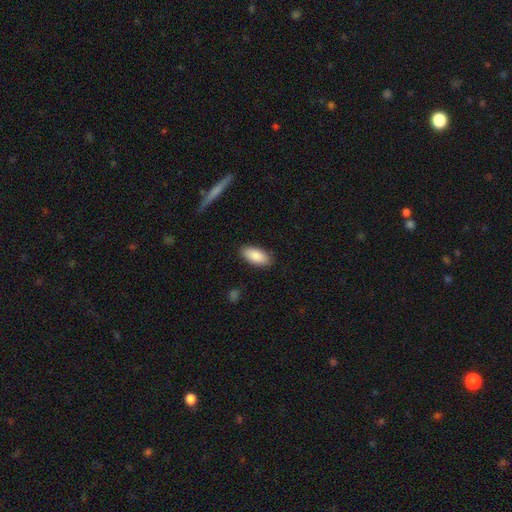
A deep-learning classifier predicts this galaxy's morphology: Smooth or featured? smooth (88%)
How rounded? in between (92%)
Merging? none (87%)